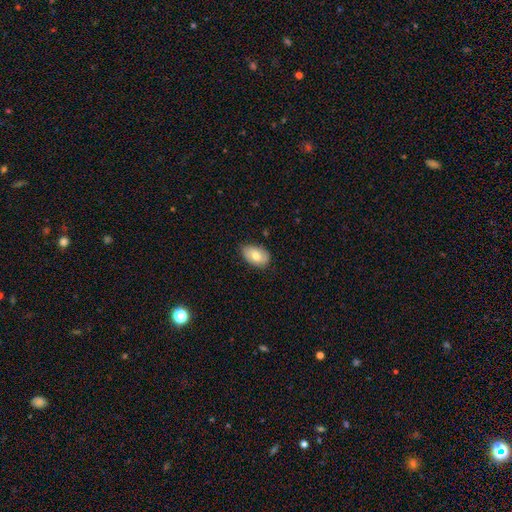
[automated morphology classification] A smooth galaxy with no disk features (73%) that is in between round and cigar-shaped (89%).

Vote fractions:
- Smooth or featured? smooth: 73% / featured or disk: 21% / star or artifact: 7%
- How rounded? in between: 89% / round: 10% / cigar-shaped: 1%
- Merging? none: 80% / minor disturbance: 17% / major disturbance: 3% / merger: 1%